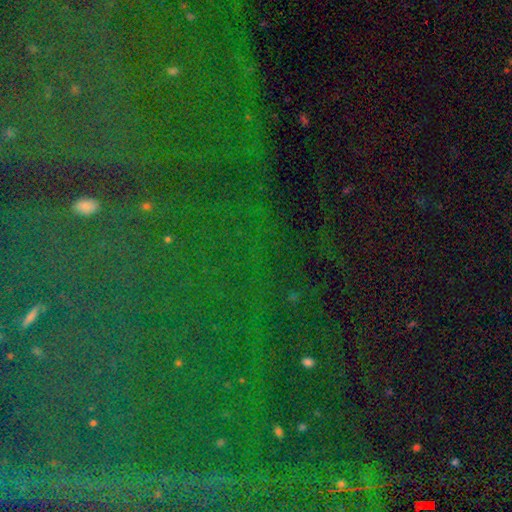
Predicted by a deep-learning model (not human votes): Morphology: type=star or artifact (81%).